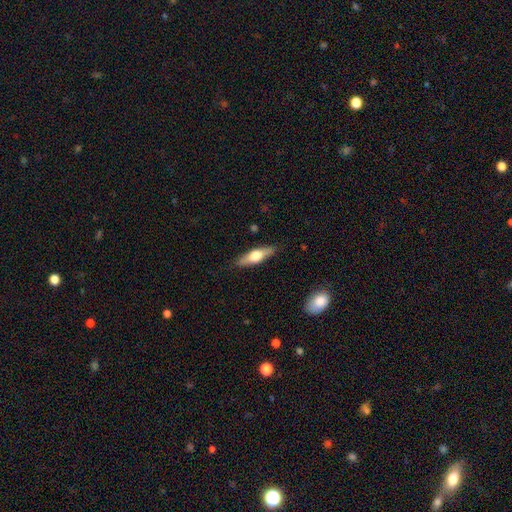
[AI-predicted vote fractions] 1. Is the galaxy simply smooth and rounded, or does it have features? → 47% featured or disk (tied), 47% smooth (tied), 6% star or artifact.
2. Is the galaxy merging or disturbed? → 87% none, 10% minor disturbance, 2% major disturbance, 1% merger.